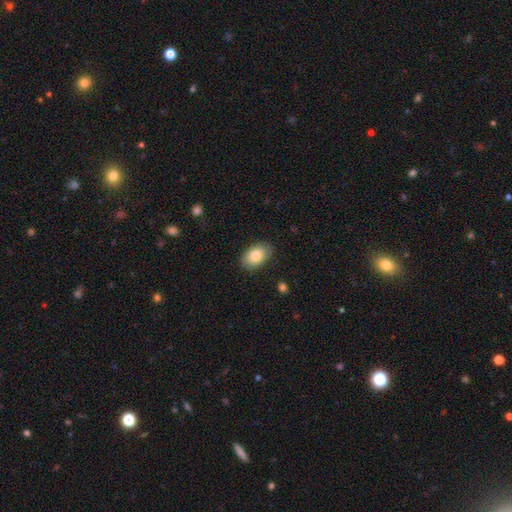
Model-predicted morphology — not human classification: type=smooth (81%); roundness=in between (90%); merging=none (86%).